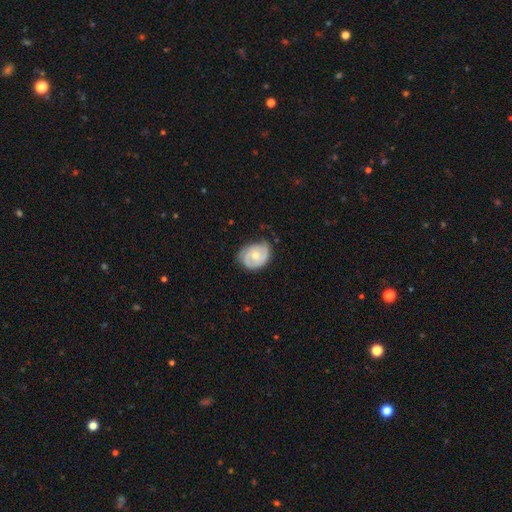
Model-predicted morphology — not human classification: Smooth or featured? featured or disk (72%)
Edge-on disk? no (97%)
Bar? no (72%)
Spiral arms? yes (91%)
Spiral winding? tight (56%)
Spiral arm count? 2 (55%)
Bulge size? moderate (54%)
Merging? none (66%)